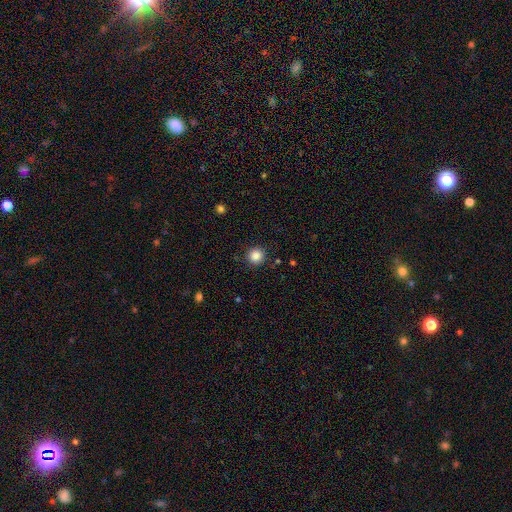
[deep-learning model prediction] This is clearly a smooth galaxy (86%). How rounded: clearly round (95%). Merging: clearly none (91%).